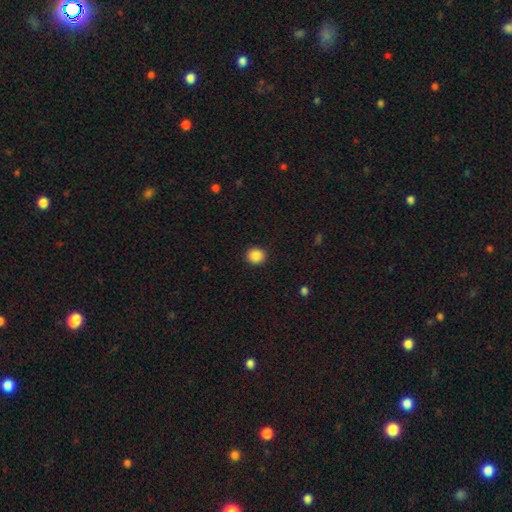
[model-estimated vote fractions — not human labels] Overall: smooth (88%). How rounded: round (82%). Merging: none (92%).